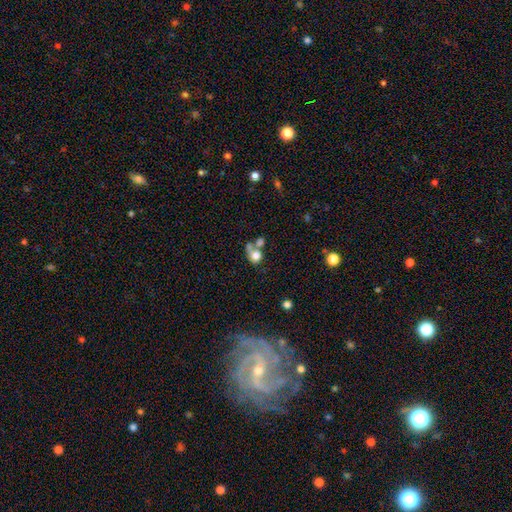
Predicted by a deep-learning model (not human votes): Smooth or featured? smooth (72%)
How rounded? round (61%)
Merging? merger (53%)